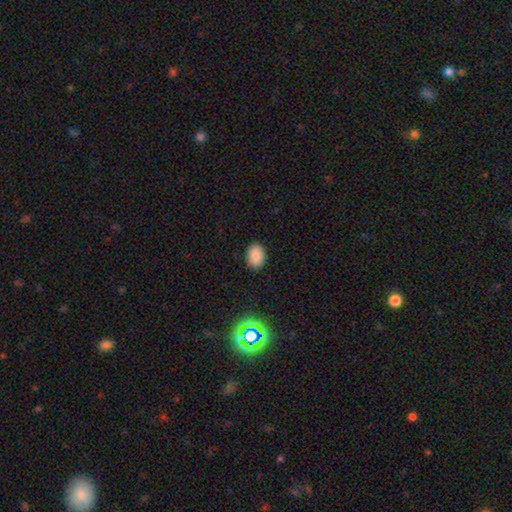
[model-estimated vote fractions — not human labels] Smooth or featured? Predicted: smooth (p=0.85). How rounded? Predicted: in between (p=0.66). Merging? Predicted: none (p=0.88).